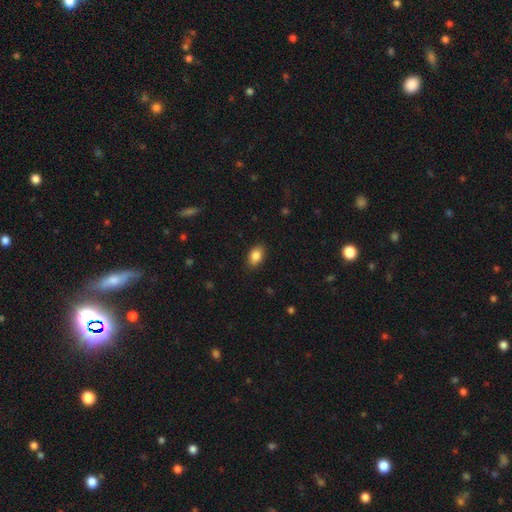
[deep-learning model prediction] Smooth or featured?
  - smooth: 86% *
  - star or artifact: 8%
  - featured or disk: 6%
How rounded?
  - in between: 87% *
  - round: 12%
  - cigar-shaped: 2%
Merging?
  - none: 86% *
  - minor disturbance: 11%
  - major disturbance: 3%
  - merger: 1%